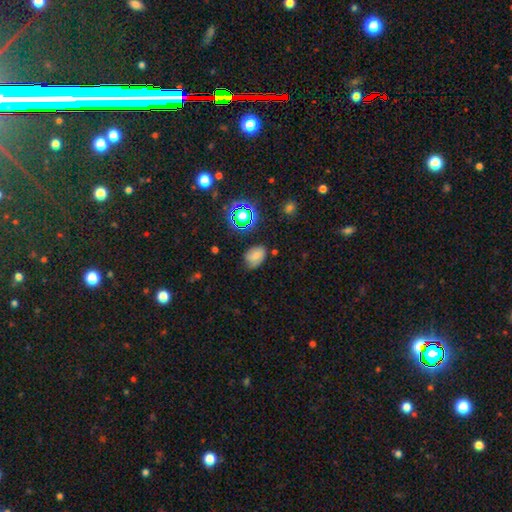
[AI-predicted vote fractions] smooth_or_featured: smooth (p=0.65) [alt: star or artifact p=0.20]
how_rounded: in between (p=0.74) [alt: round p=0.25]
merging: none (p=0.58) [alt: minor disturbance p=0.30]